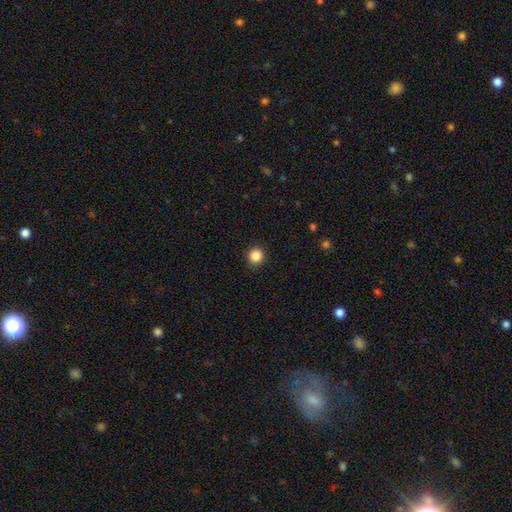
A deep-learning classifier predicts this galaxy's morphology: smooth-or-featured: smooth: 86% | star or artifact: 11% | featured or disk: 3%
  how-rounded: round: 94% | in between: 5% | cigar-shaped: 1%
  merging: none: 93% | minor disturbance: 5% | major disturbance: 2% | merger: 1%